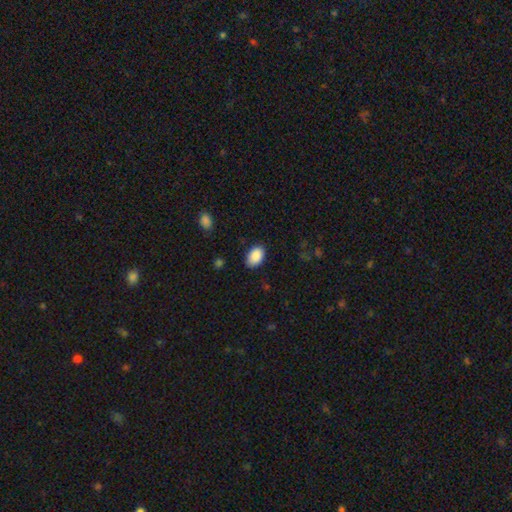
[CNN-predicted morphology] A smooth galaxy with no disk features (90%) that is in between round and cigar-shaped (91%). Merging: none (84%).